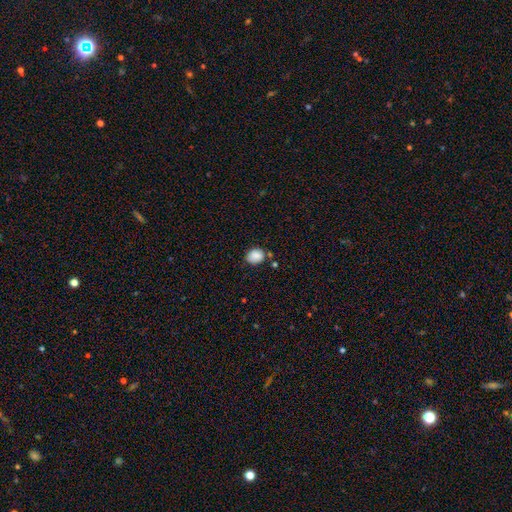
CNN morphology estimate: The model was most divided on "how rounded": round: 53%, in between: 47%, cigar-shaped: 1%. More confident: smooth or featured — smooth (87%); merging — none (72%).